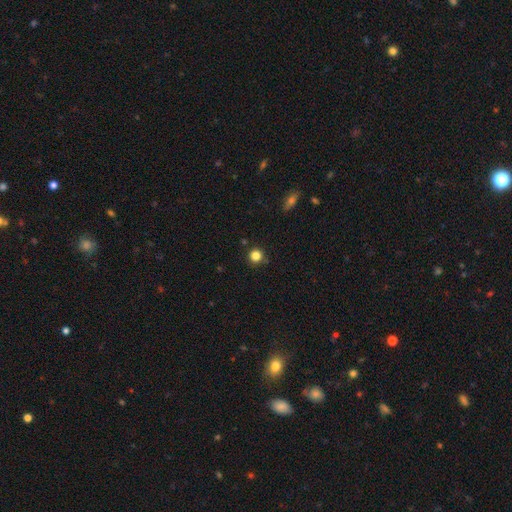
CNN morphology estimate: Smooth or featured: smooth — 83% (star or artifact — 13%)
How rounded: round — 95% (in between — 4%)
Merging: none — 88% (minor disturbance — 7%)